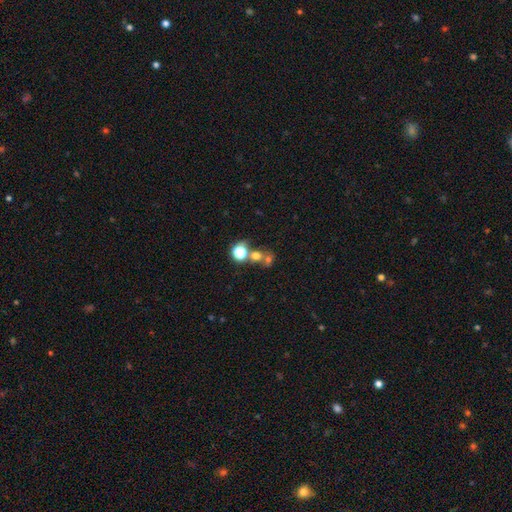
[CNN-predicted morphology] Overall: smooth (59%; star or artifact 26%). How rounded: round (77%). Merging: merger (46%; none 40%).